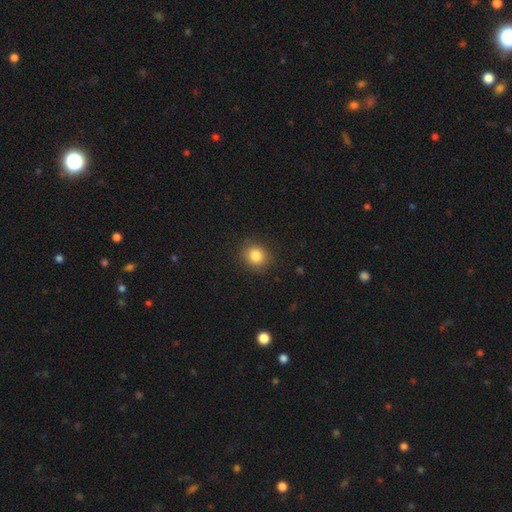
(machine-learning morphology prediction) Q: Smooth or featured?
A: smooth (84%); runner-up: star or artifact (11%)
Q: How rounded?
A: round (81%); runner-up: in between (19%)
Q: Merging?
A: none (88%); runner-up: minor disturbance (8%)